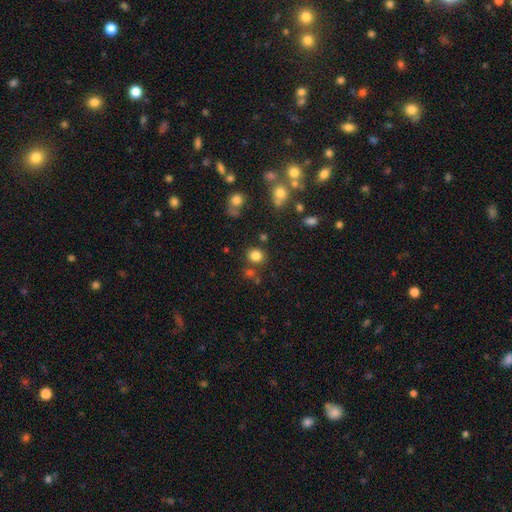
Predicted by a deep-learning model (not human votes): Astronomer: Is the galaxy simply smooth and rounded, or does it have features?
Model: smooth — 82%.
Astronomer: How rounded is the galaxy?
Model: round — 81%.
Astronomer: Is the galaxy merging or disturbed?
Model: none — 79%.